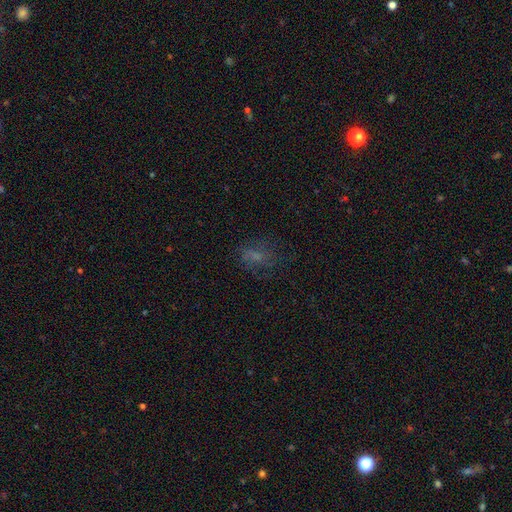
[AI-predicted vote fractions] This is possibly a smooth galaxy (48%). Merging: possibly none (58%).